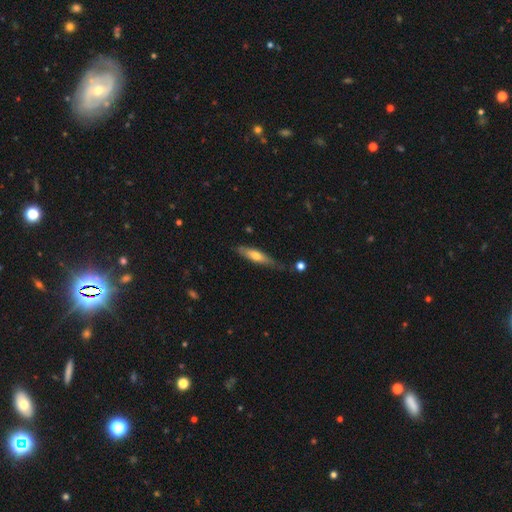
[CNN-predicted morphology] Overall: smooth (56%; featured or disk 38%). How rounded: cigar-shaped (74%). Merging: none (67%).